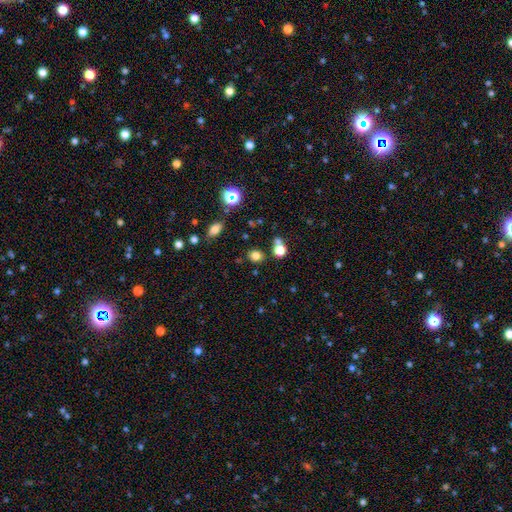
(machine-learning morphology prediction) A smooth galaxy with no disk features (77%) that is round (73%).

Vote fractions:
- Smooth or featured? smooth: 77% / star or artifact: 17% / featured or disk: 6%
- How rounded? round: 73% / in between: 26% / cigar-shaped: 1%
- Merging? none: 78% / merger: 9% / minor disturbance: 9% / major disturbance: 4%